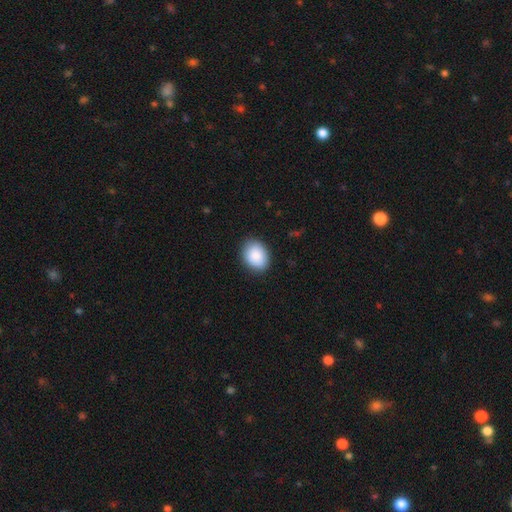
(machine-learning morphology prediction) Q: Smooth or featured?
A: smooth (88%); runner-up: star or artifact (6%)
Q: How rounded?
A: in between (67%); runner-up: round (32%)
Q: Merging?
A: none (87%); runner-up: minor disturbance (10%)